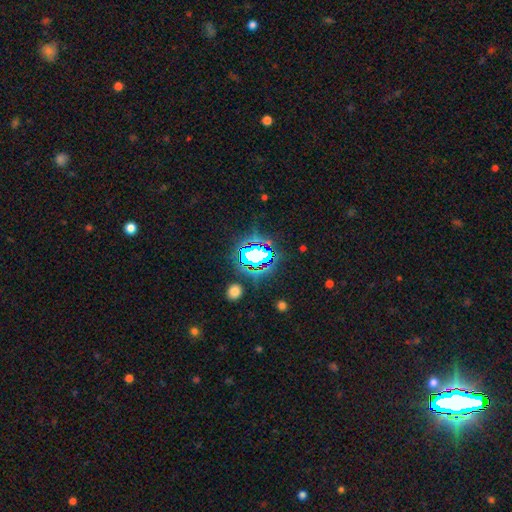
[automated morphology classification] This appears to be a star or artifact, not a galaxy (68%).